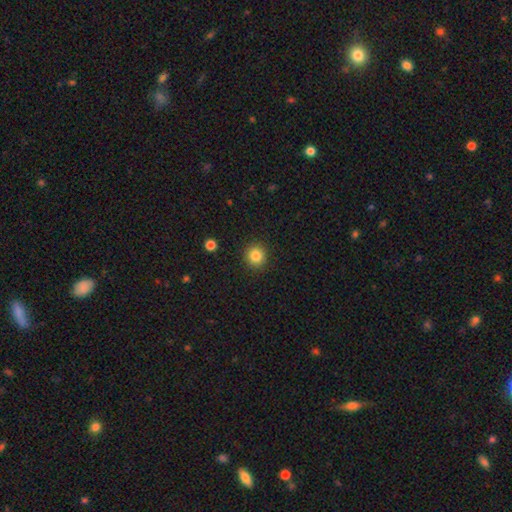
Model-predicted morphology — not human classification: This is clearly a smooth galaxy (84%). How rounded: clearly round (91%). Merging: clearly none (91%).